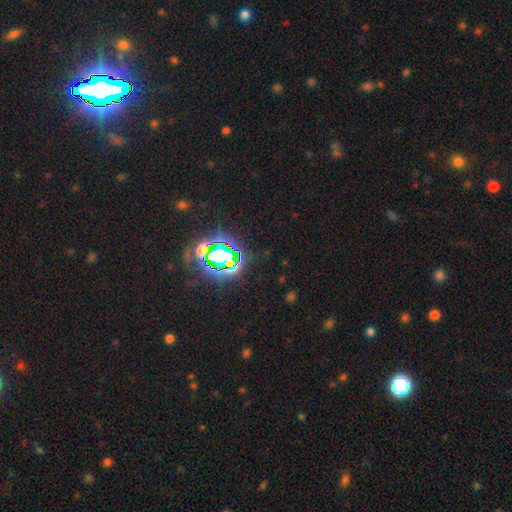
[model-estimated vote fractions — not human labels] This is likely a star or artifact rather than a galaxy (79%).